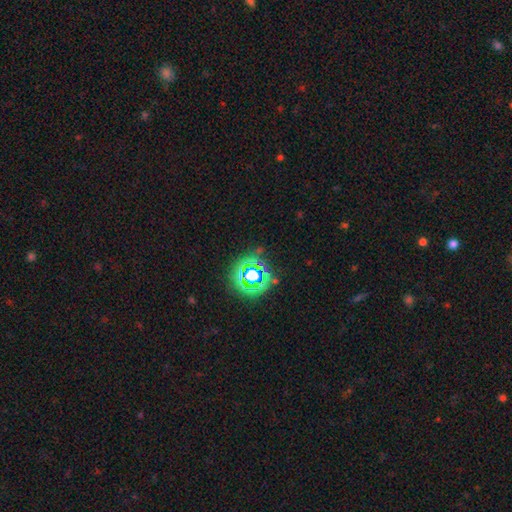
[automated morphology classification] smooth-or-featured: star or artifact: 74% | smooth: 18% | featured or disk: 9%